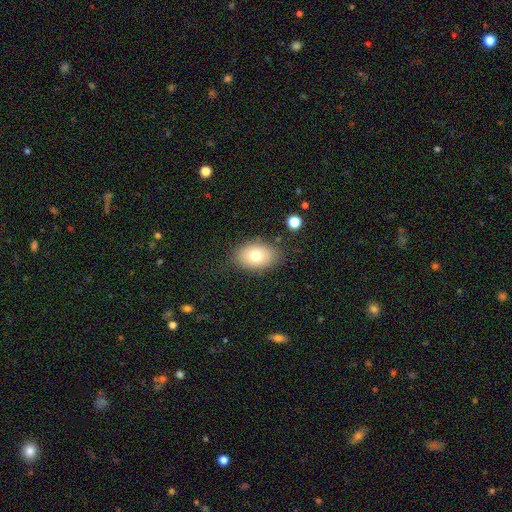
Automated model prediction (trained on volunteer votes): Smooth or featured? Predicted: smooth (p=0.75). How rounded? Predicted: in between (p=0.81). Merging? Predicted: none (p=0.79).